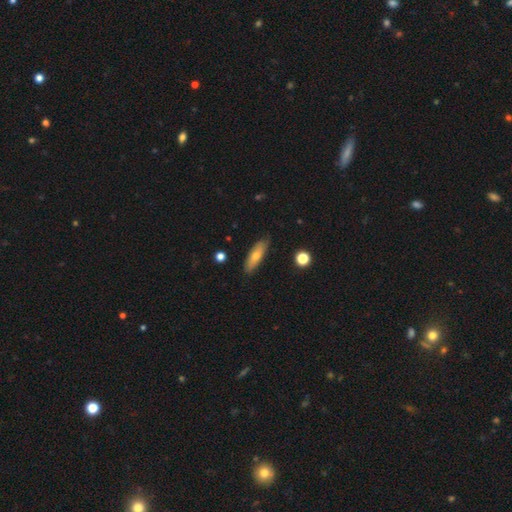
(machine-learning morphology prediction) smooth_or_featured: smooth (p=0.65) [alt: featured or disk p=0.28]
how_rounded: cigar-shaped (p=0.54) [alt: in between p=0.44]
merging: none (p=0.86) [alt: minor disturbance p=0.11]